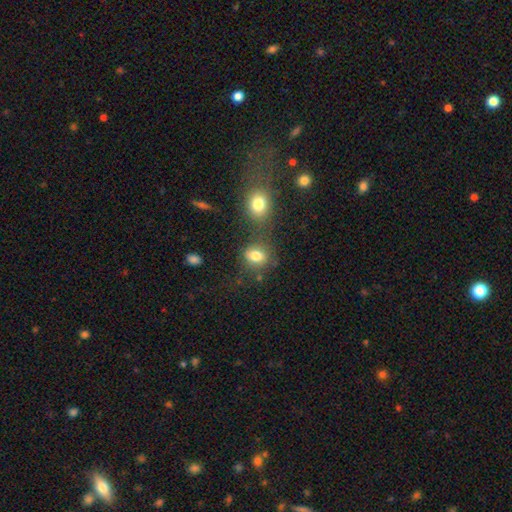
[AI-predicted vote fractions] A smooth galaxy with no disk features (80%) that is in between round and cigar-shaped (54%). Merging: none (59%).